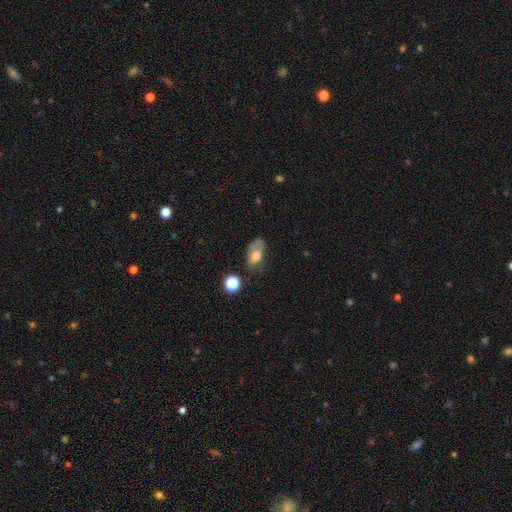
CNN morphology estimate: smooth 60%, featured or disk 30%, star or artifact 10%. Down the decision tree: how rounded — in between (86%); merging — none (39%).